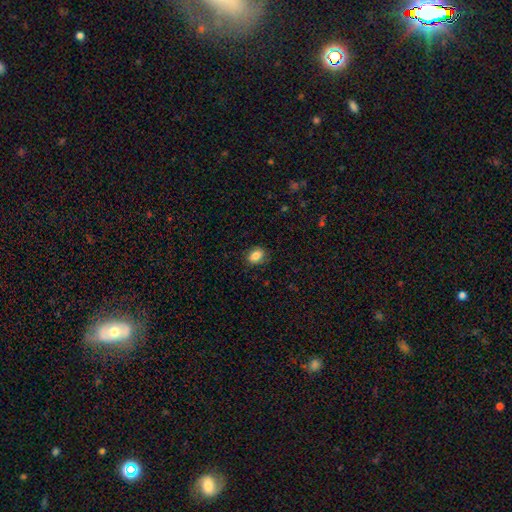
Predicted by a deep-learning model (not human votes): smooth-or-featured: smooth: 84% | star or artifact: 9% | featured or disk: 7%
  how-rounded: in between: 68% | round: 31% | cigar-shaped: 1%
  merging: none: 83% | minor disturbance: 13% | major disturbance: 3% | merger: 1%